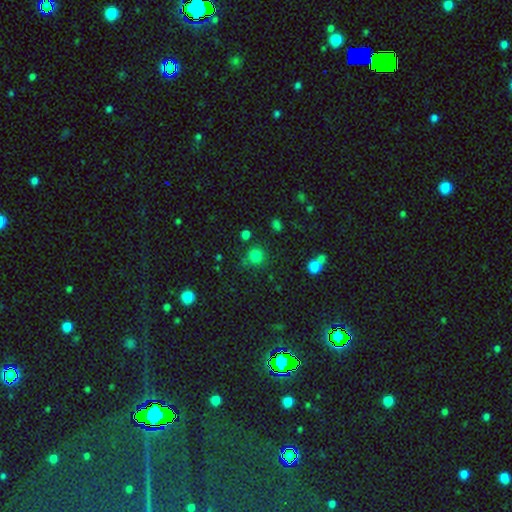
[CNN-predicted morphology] A smooth galaxy with no disk features (80%) that is round (88%). Merging: none (76%).